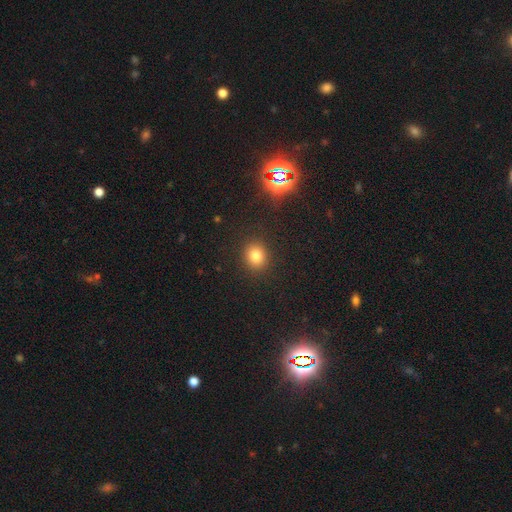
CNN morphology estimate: smooth 79%, star or artifact 15%, featured or disk 6%. Down the decision tree: how rounded — round (77%); merging — none (90%).